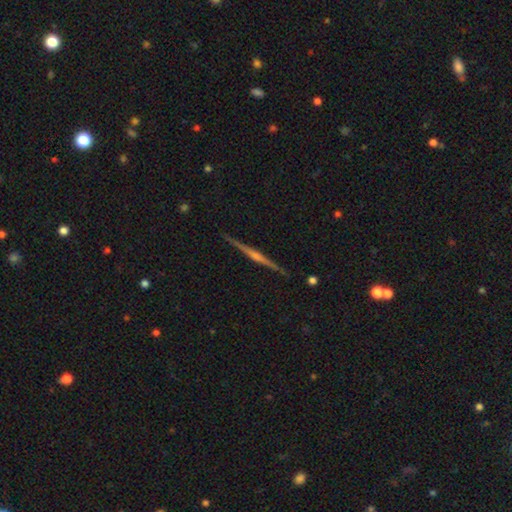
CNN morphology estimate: smooth-or-featured: featured or disk: 81% | smooth: 12% | star or artifact: 7%
  disk-edge-on: yes: 98% | no: 2%
    edge-on-bulge: rounded: 77% | none: 14% | boxy: 9%
  merging: none: 91% | minor disturbance: 6% | major disturbance: 2% | merger: 1%